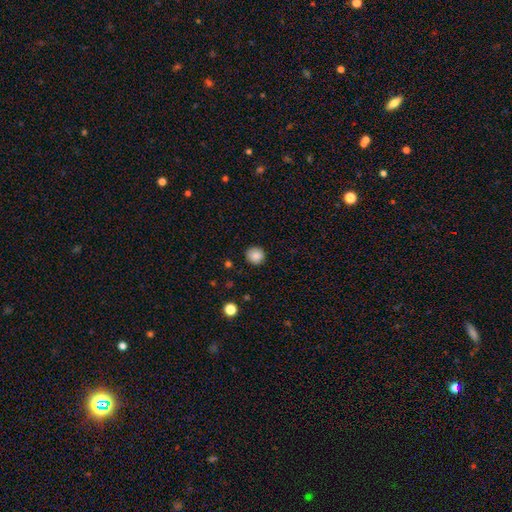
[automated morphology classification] The model was most divided on "smooth or featured": smooth: 87%, star or artifact: 10%, featured or disk: 3%. More confident: how rounded — round (91%); merging — none (90%).